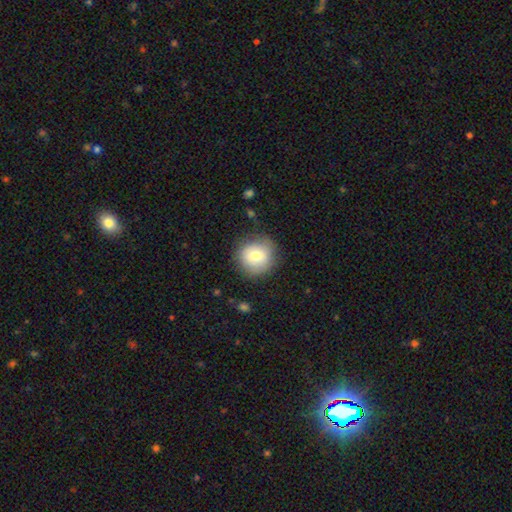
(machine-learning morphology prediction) type=smooth (78%); roundness=round (89%); merging=none (79%).